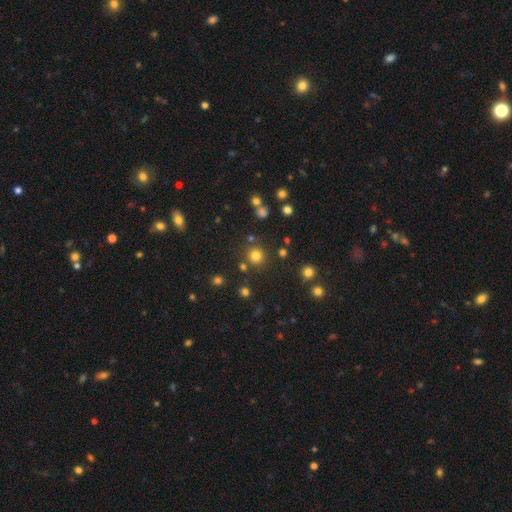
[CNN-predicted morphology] The model was most divided on "smooth or featured": smooth: 78%, star or artifact: 17%, featured or disk: 5%. More confident: how rounded — round (94%); merging — none (85%).